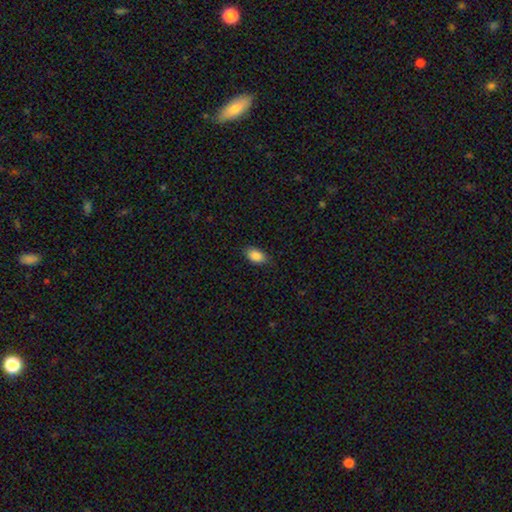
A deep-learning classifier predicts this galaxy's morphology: This is clearly a smooth galaxy (88%). How rounded: clearly in between (92%). Merging: clearly none (85%).